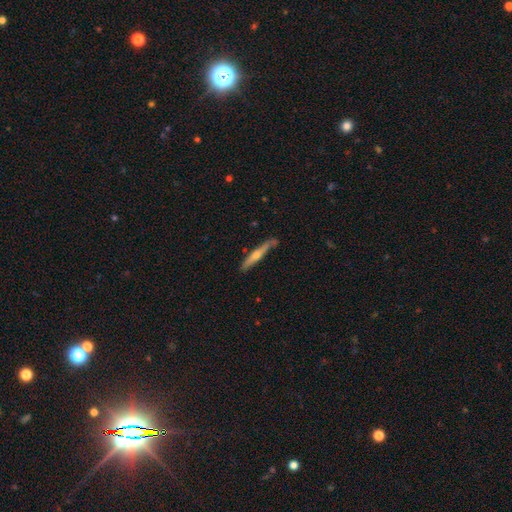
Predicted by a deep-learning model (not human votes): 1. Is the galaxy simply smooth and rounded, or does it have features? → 63% featured or disk, 31% smooth, 6% star or artifact.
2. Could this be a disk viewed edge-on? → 95% yes, 5% no.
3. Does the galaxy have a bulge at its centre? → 79% rounded, 16% none, 6% boxy.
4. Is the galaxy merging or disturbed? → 81% none, 14% minor disturbance, 2% major disturbance, 2% merger.